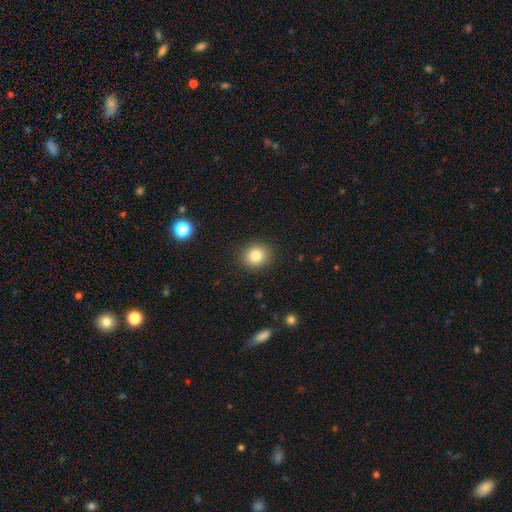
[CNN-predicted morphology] Smooth or featured? Predicted: smooth (p=0.84). How rounded? Predicted: round (p=0.77). Merging? Predicted: none (p=0.89).